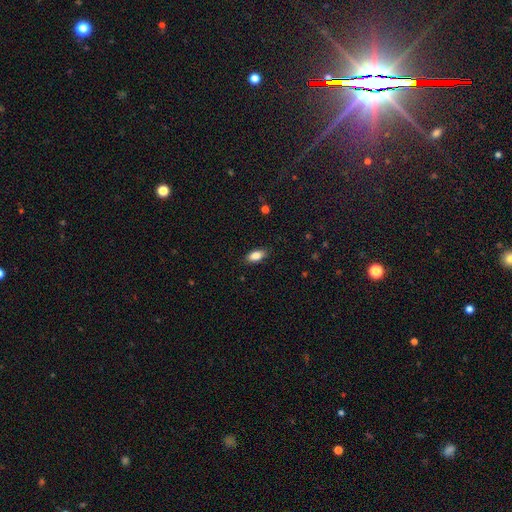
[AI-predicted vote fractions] Morphology: type=smooth (84%); roundness=in between (87%); merging=none (86%).